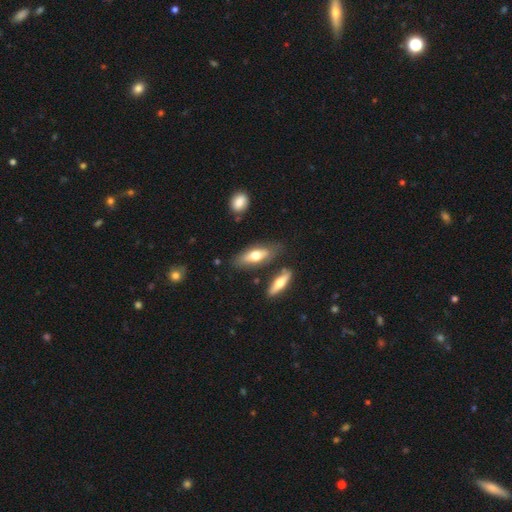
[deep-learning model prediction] Smooth or featured? smooth (56%)
How rounded? in between (59%)
Merging? none (71%)